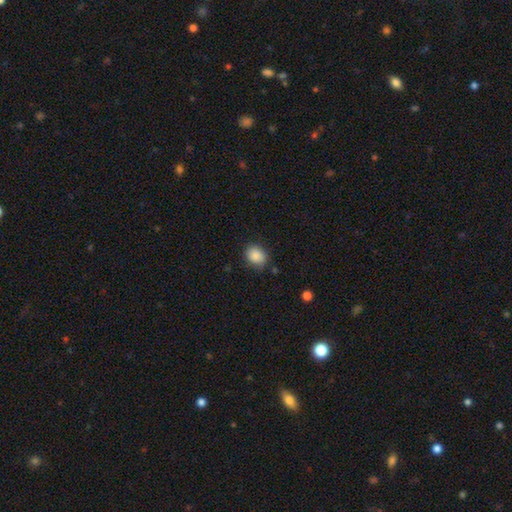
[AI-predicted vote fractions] Q: Smooth or featured?
A: smooth (87%); runner-up: star or artifact (8%)
Q: How rounded?
A: in between (50%); runner-up: round (49%)
Q: Merging?
A: none (79%); runner-up: minor disturbance (16%)